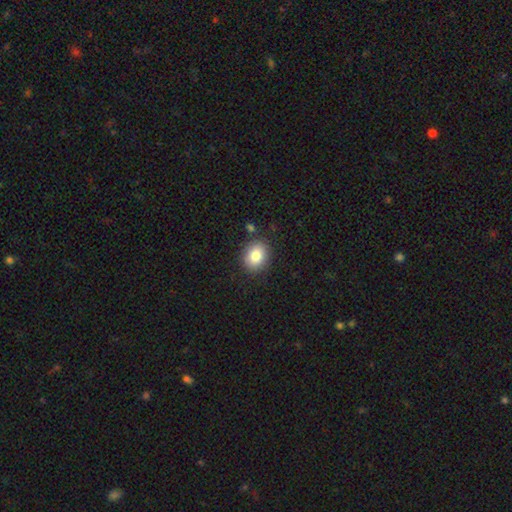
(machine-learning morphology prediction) smooth-or-featured: smooth: 84% | star or artifact: 9% | featured or disk: 8%
  how-rounded: in between: 50% | round: 49% | cigar-shaped: 1%
  merging: none: 85% | minor disturbance: 9% | merger: 3% | major disturbance: 3%